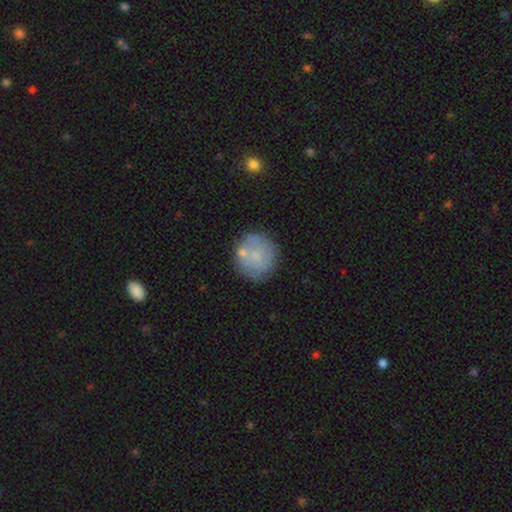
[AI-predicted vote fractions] Overall: smooth (64%; featured or disk 28%). How rounded: round (92%). Merging: none (71%).